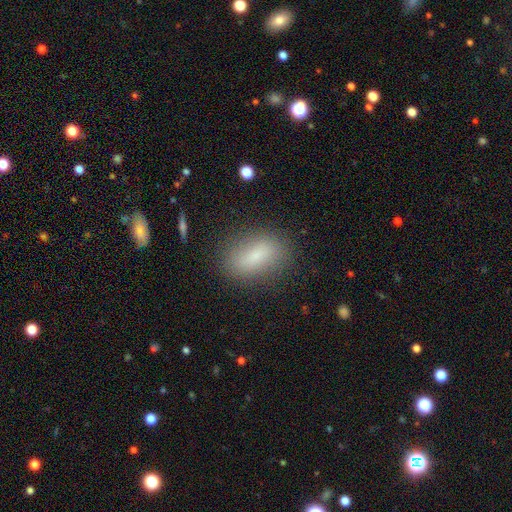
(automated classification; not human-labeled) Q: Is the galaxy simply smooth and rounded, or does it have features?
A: smooth — 77%.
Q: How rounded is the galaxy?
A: in between — 84%.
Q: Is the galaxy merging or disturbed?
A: none — 82%.